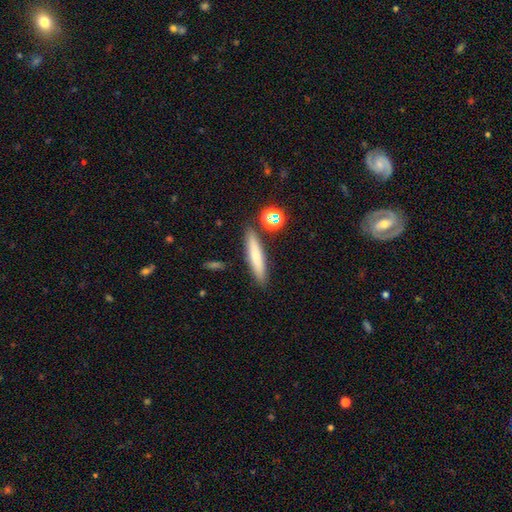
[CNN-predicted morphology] Smooth or featured? smooth (69%)
How rounded? cigar-shaped (86%)
Merging? none (86%)